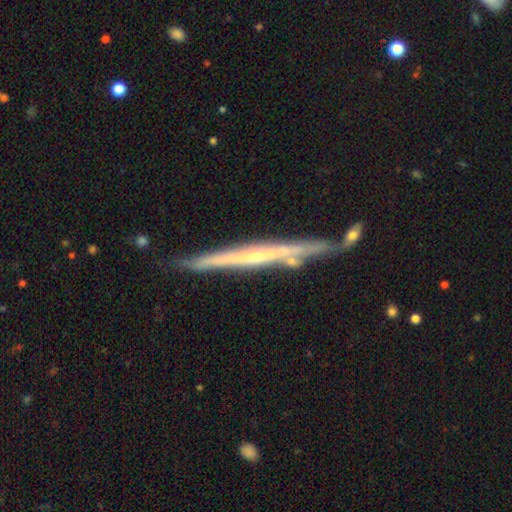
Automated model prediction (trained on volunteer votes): Smooth or featured? featured or disk (78%)
Edge-on disk? yes (96%)
Edge-on bulge? none (52%)
Merging? none (75%)